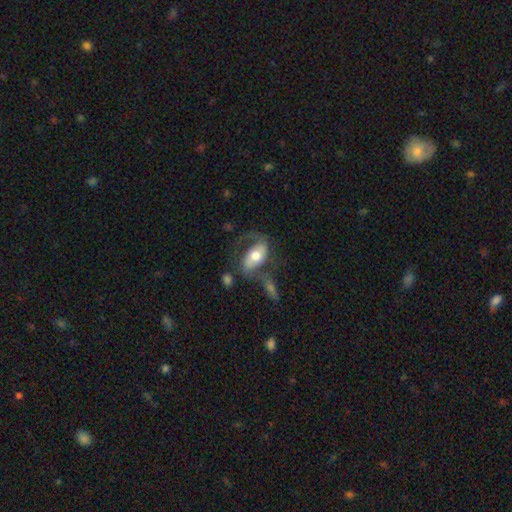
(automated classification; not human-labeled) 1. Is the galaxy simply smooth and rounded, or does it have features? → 67% featured or disk, 27% smooth, 6% star or artifact.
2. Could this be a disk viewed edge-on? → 94% no, 6% yes.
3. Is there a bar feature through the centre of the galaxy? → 42% no, 34% weak, 24% strong.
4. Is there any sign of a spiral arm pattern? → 85% yes, 15% no.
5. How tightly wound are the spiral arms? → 49% loose, 39% medium, 12% tight.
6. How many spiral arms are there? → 75% 2, 18% 1, 5% can't tell, 1% 3, 1% 4, 1% more than 4.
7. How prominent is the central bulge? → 64% moderate, 24% large, 9% small, 2% dominant, 1% none.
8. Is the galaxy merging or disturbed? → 43% none, 27% major disturbance, 18% minor disturbance, 12% merger.